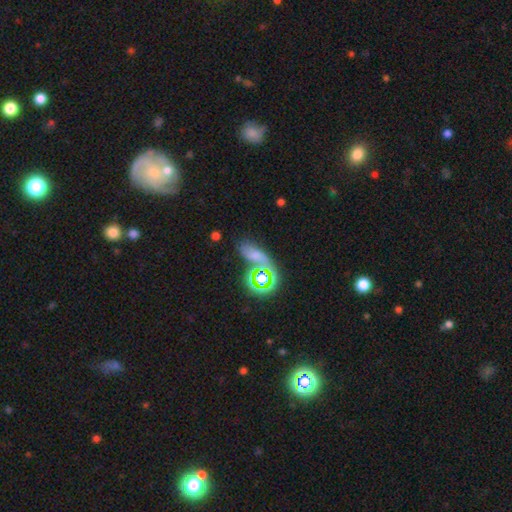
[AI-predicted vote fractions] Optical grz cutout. It shows a smooth galaxy with no disk features (47%). Merging: none (46%).